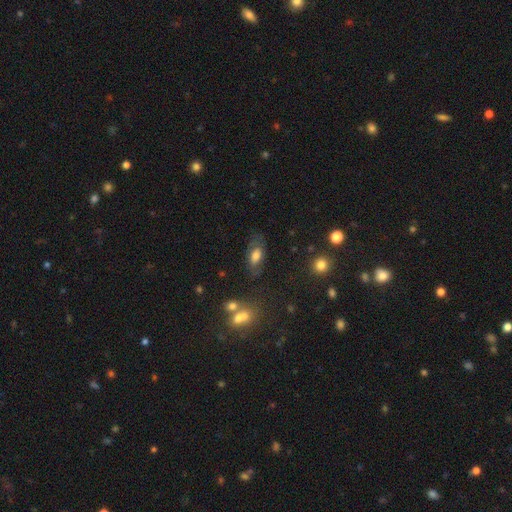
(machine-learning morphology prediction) Q: Smooth or featured?
A: smooth (57%); runner-up: featured or disk (33%)
Q: How rounded?
A: in between (87%); runner-up: cigar-shaped (7%)
Q: Merging?
A: none (66%); runner-up: minor disturbance (20%)